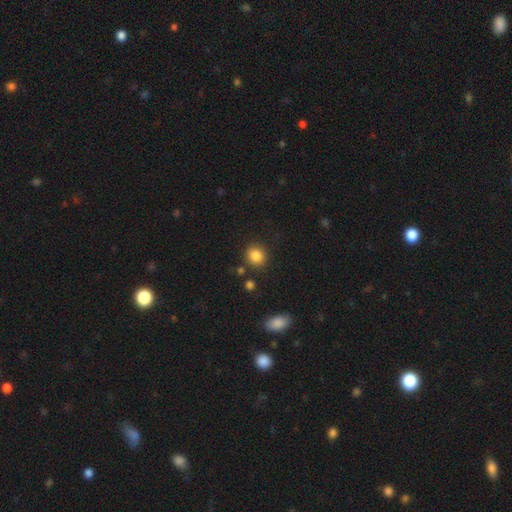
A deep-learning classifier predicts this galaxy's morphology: smooth_or_featured: smooth (p=0.86) [alt: star or artifact p=0.10]
how_rounded: round (p=0.72) [alt: in between p=0.27]
merging: none (p=0.84) [alt: minor disturbance p=0.09]